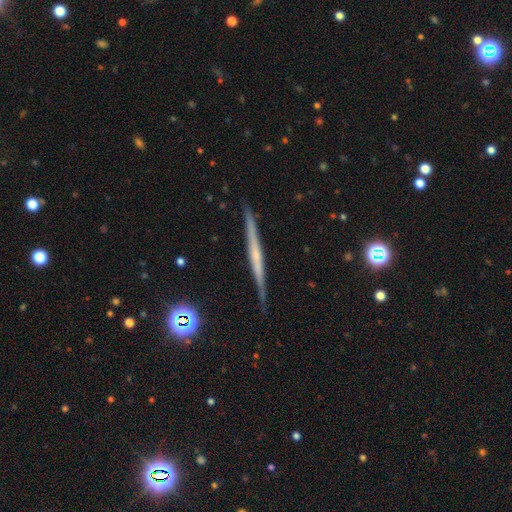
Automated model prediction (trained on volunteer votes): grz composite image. It shows a featured or disk galaxy (66%) viewed edge-on (97%) with no central bulge (69%). Merging: none (88%).